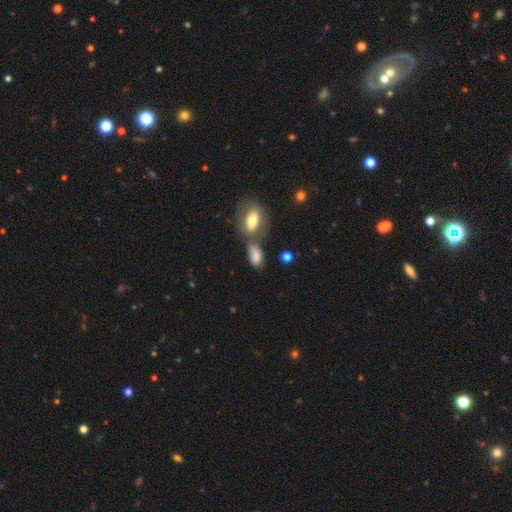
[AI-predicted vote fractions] smooth-or-featured: smooth: 77% | featured or disk: 15% | star or artifact: 9%
  how-rounded: in between: 85% | cigar-shaped: 9% | round: 5%
  merging: merger: 38% (tied) | none: 38% (tied) | minor disturbance: 16% | major disturbance: 8%